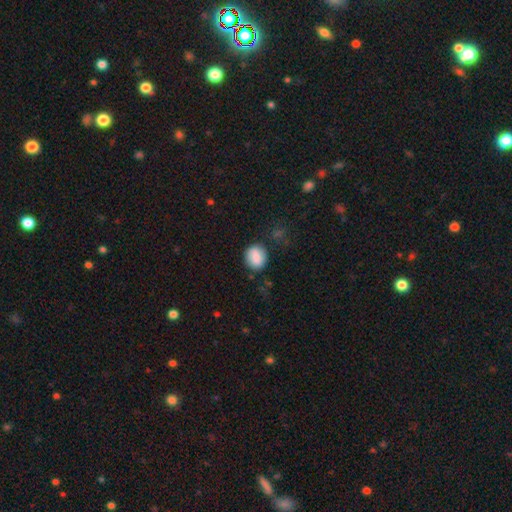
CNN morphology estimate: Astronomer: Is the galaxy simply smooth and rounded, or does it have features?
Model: smooth — 82%.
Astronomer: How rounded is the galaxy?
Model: round — 64%.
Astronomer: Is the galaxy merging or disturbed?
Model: none — 77%.